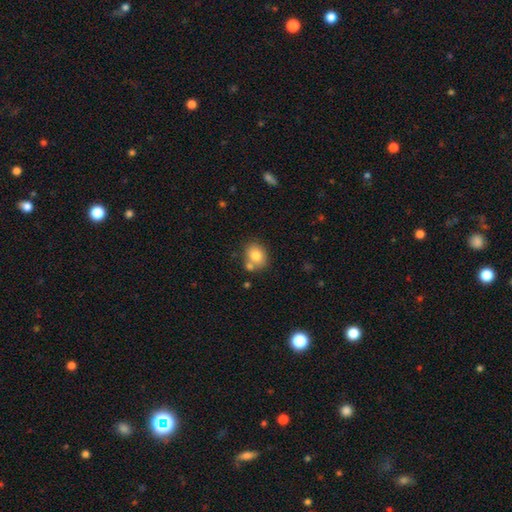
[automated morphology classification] This is likely a smooth galaxy (79%). How rounded: possibly round (53%). Merging: likely none (63%).